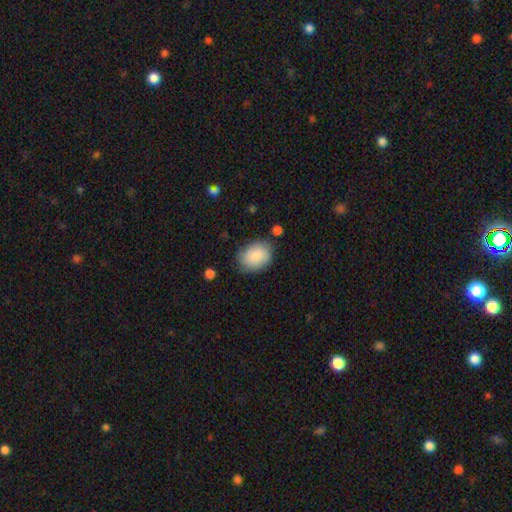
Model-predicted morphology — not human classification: Smooth or featured: smooth — 85% (featured or disk — 9%)
How rounded: in between — 67% (round — 32%)
Merging: none — 72% (minor disturbance — 20%)